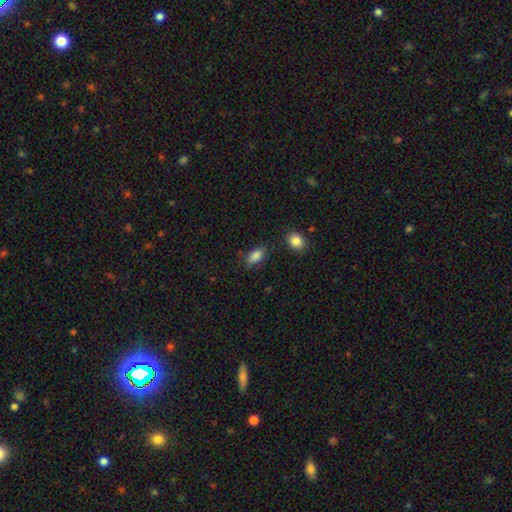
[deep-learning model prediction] Smooth or featured? smooth (85%)
How rounded? in between (88%)
Merging? none (76%)